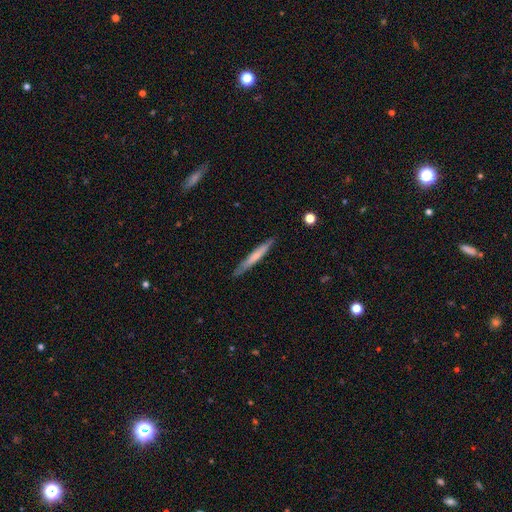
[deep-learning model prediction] Smooth or featured?
  - smooth: 60% *
  - featured or disk: 35%
  - star or artifact: 6%
How rounded?
  - cigar-shaped: 95% *
  - in between: 3%
  - round: 1%
Merging?
  - none: 86% *
  - minor disturbance: 11%
  - major disturbance: 2%
  - merger: 1%